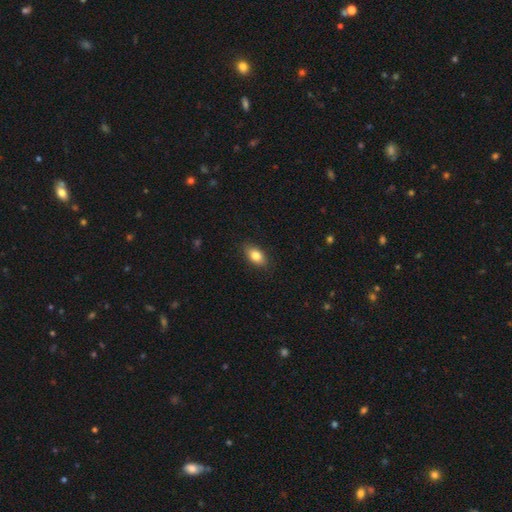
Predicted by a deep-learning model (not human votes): Q: Smooth or featured?
A: smooth (83%); runner-up: featured or disk (10%)
Q: How rounded?
A: in between (90%); runner-up: round (8%)
Q: Merging?
A: none (88%); runner-up: minor disturbance (9%)